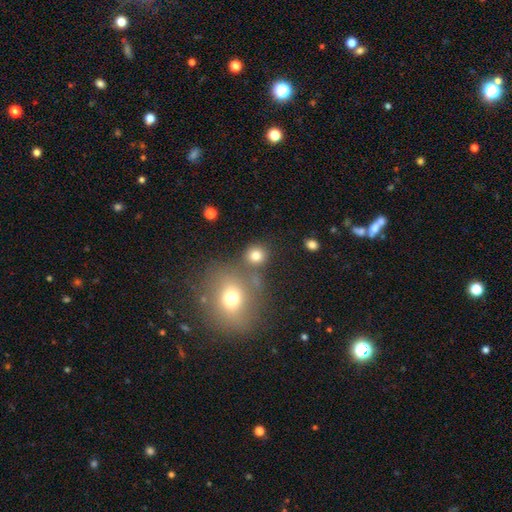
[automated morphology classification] Smooth or featured? Predicted: smooth (p=0.79). How rounded? Predicted: round (p=0.88). Merging? Predicted: none (p=0.74).